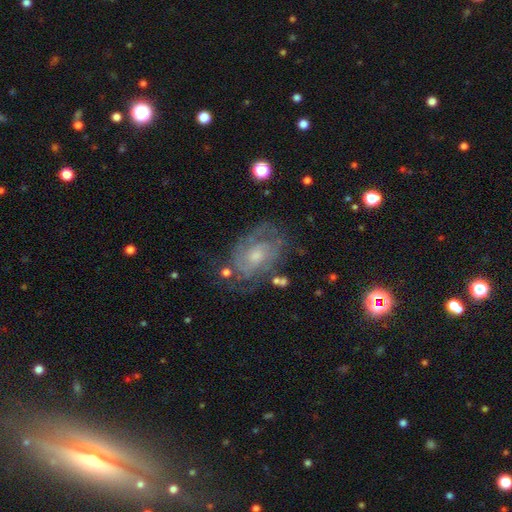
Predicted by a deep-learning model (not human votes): featured or disk 79%, smooth 13%, star or artifact 8%. Down the decision tree: edge-on disk — no (96%); bar — no (68%); spiral arms — yes (90%); spiral arm count — 2 (38%); spiral winding — tight (57%); bulge size — moderate (46%); merging — none (67%).